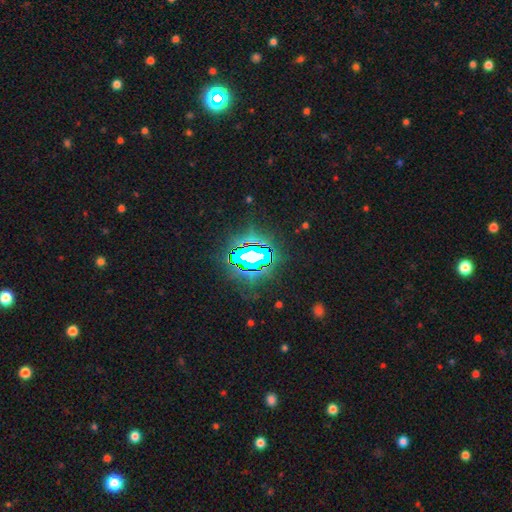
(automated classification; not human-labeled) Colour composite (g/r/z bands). It shows a star or artifact, not a galaxy (79%).